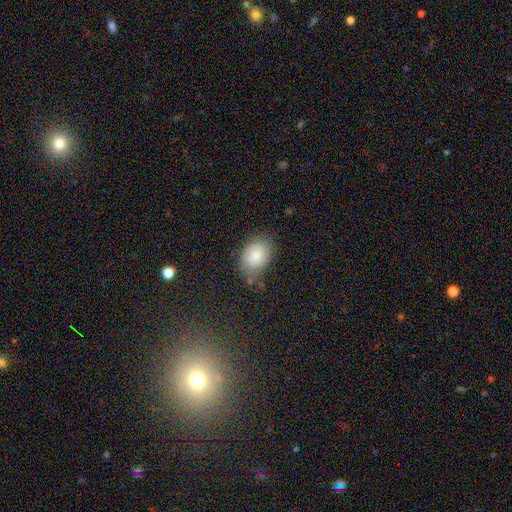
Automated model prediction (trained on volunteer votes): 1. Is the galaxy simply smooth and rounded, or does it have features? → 81% smooth, 11% featured or disk, 8% star or artifact.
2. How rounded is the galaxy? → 81% in between, 18% round, 1% cigar-shaped.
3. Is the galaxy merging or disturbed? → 70% none, 21% minor disturbance, 6% major disturbance, 3% merger.